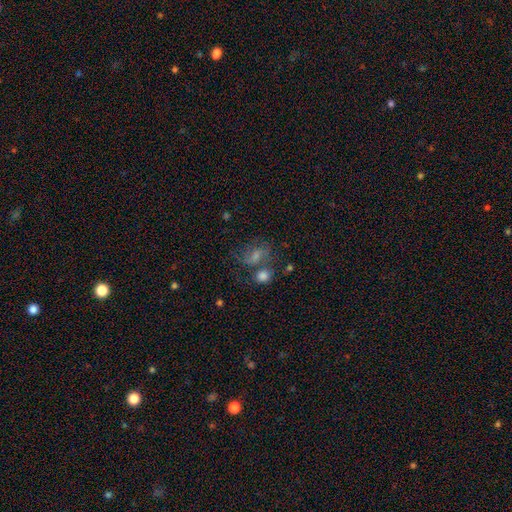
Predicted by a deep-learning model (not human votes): This is possibly a smooth galaxy (51%). How rounded: possibly in between (60%). Merging: marginally none (43%).